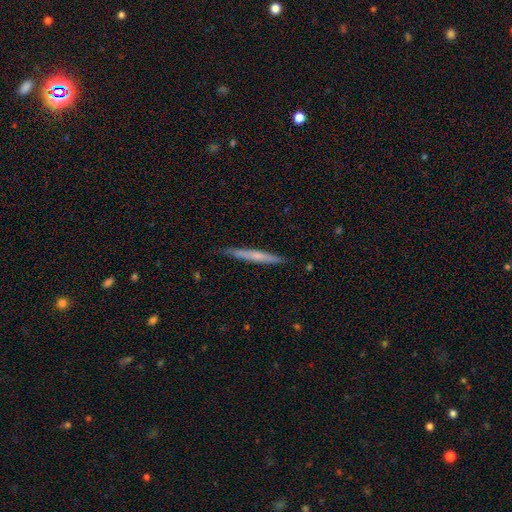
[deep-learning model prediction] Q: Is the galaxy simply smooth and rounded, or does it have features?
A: smooth — 48%.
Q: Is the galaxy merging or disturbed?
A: none — 86%.